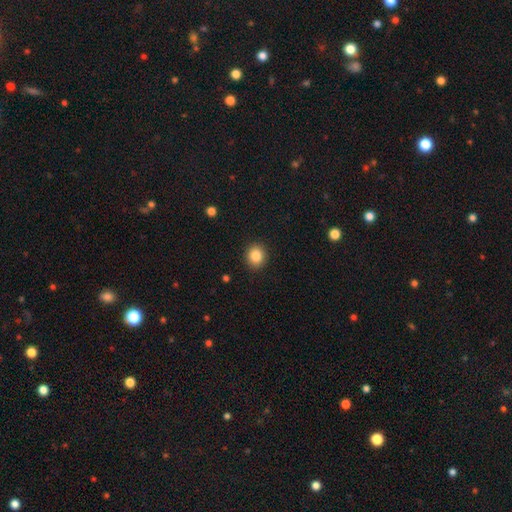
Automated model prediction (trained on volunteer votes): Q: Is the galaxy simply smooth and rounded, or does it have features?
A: smooth — 85%.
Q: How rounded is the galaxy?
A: round — 78%.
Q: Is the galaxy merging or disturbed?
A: none — 91%.